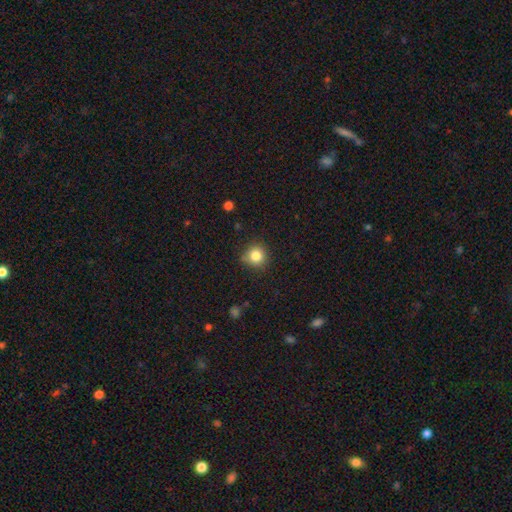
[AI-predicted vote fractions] A smooth galaxy with no disk features (83%) that is round (91%).

Vote fractions:
- Smooth or featured? smooth: 83% / star or artifact: 11% / featured or disk: 6%
- How rounded? round: 91% / in between: 8% / cigar-shaped: 1%
- Merging? none: 82% / minor disturbance: 13% / major disturbance: 3% / merger: 2%